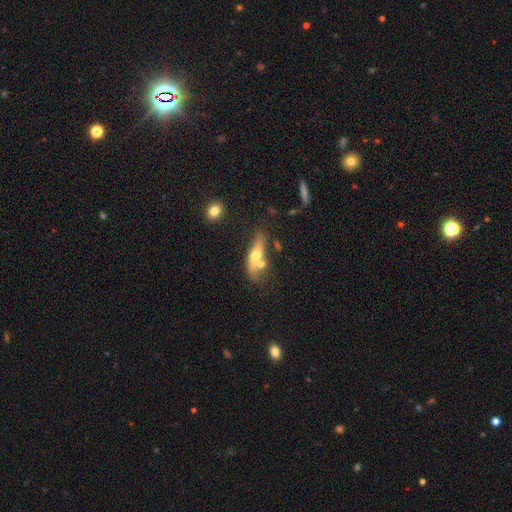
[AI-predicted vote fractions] smooth-or-featured: featured or disk: 50% | smooth: 43% | star or artifact: 7%
  merging: none: 42% | merger: 33% | minor disturbance: 16% | major disturbance: 9%